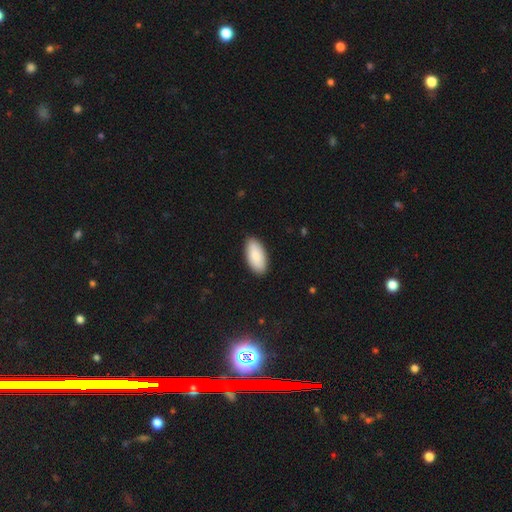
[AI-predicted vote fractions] This appears to be a smooth galaxy with no disk features (88%) that is in between round and cigar-shaped (93%). Merging: none (89%).